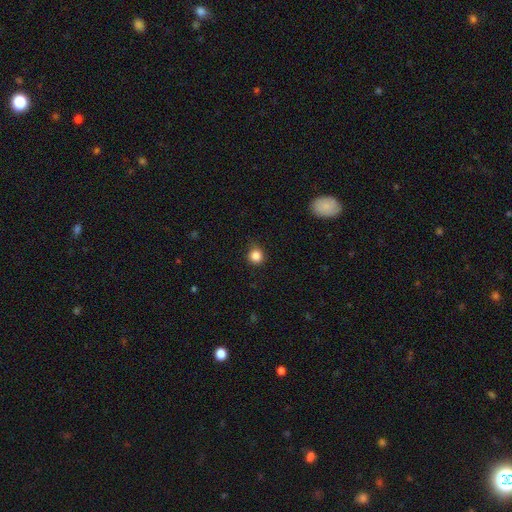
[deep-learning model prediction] Q: Smooth or featured?
A: smooth (85%); runner-up: star or artifact (12%)
Q: How rounded?
A: round (92%); runner-up: in between (8%)
Q: Merging?
A: none (84%); runner-up: minor disturbance (12%)